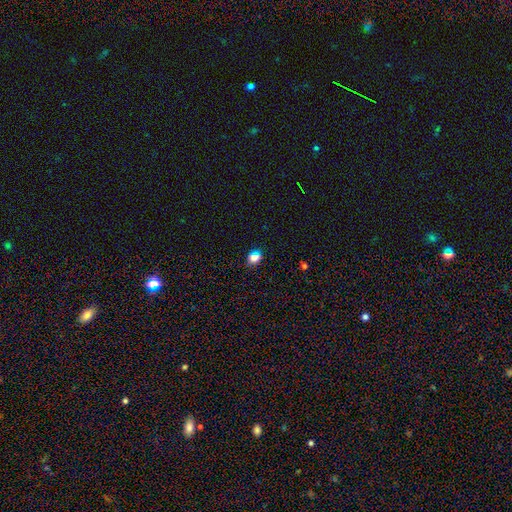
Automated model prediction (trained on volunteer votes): Overall: smooth (72%). How rounded: round (51%; in between 47%). Merging: none (86%).